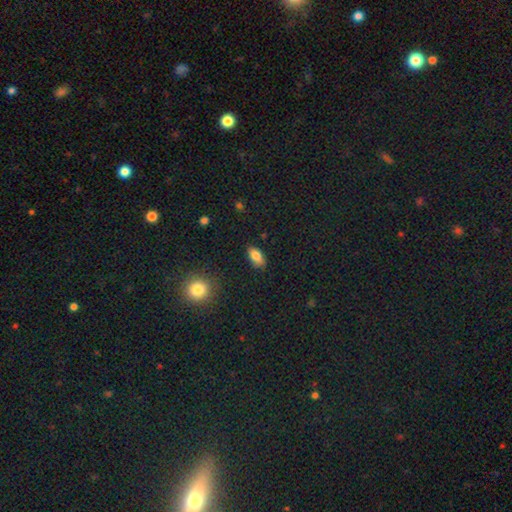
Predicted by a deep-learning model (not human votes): Smooth or featured? Predicted: smooth (p=0.81). How rounded? Predicted: in between (p=0.89). Merging? Predicted: none (p=0.85).